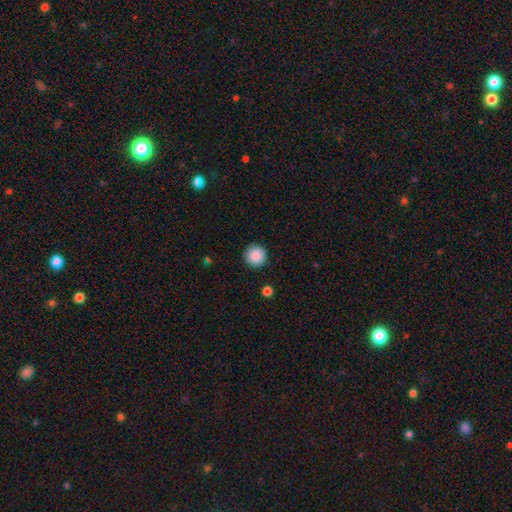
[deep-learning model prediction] This appears to be a smooth galaxy with no disk features (88%) that is round (96%). Merging: none (91%).